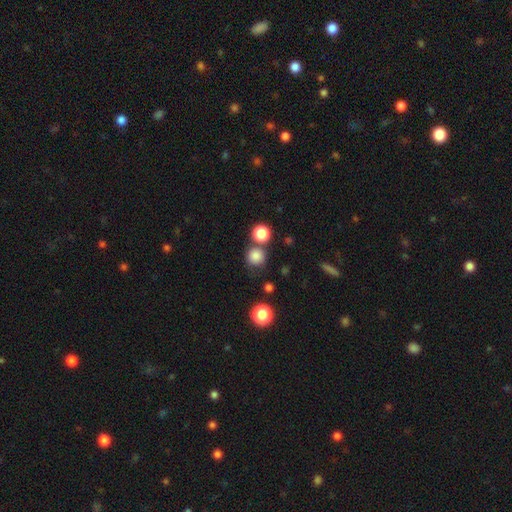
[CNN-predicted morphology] Smooth or featured? smooth (83%)
How rounded? round (91%)
Merging? none (69%)